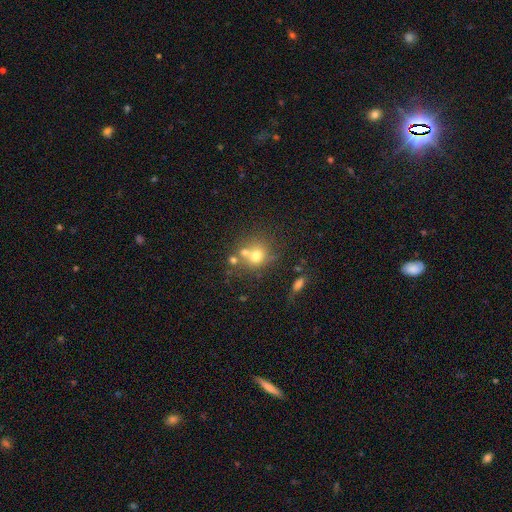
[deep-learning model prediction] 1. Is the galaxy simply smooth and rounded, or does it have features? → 66% smooth, 19% featured or disk, 15% star or artifact.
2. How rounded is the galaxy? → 81% round, 18% in between, 1% cigar-shaped.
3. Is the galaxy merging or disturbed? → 48% none, 35% merger, 11% minor disturbance, 6% major disturbance.